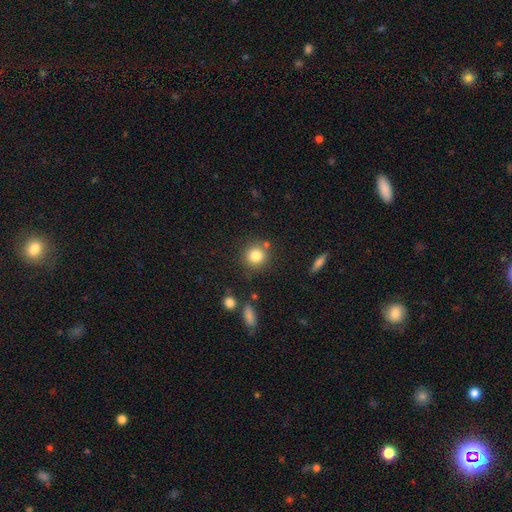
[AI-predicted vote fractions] The model was most divided on "merging": none: 78%, minor disturbance: 10%, merger: 9%, major disturbance: 3%. More confident: how rounded — round (90%); smooth or featured — smooth (82%).